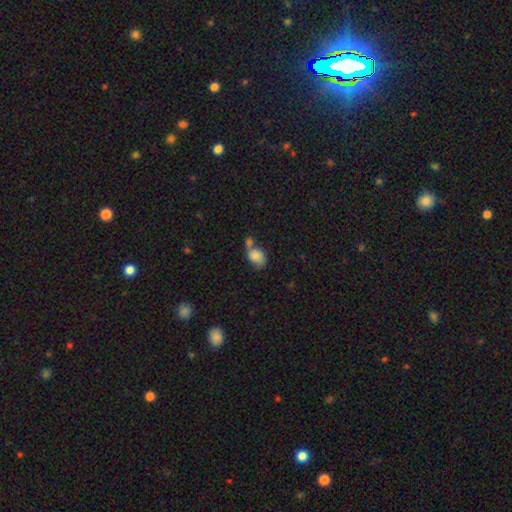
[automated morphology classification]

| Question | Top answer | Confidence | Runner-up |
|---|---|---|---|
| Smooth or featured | smooth | 81% | featured or disk (10%) |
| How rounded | in between | 66% | round (32%) |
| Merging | merger | 44% | none (32%) |